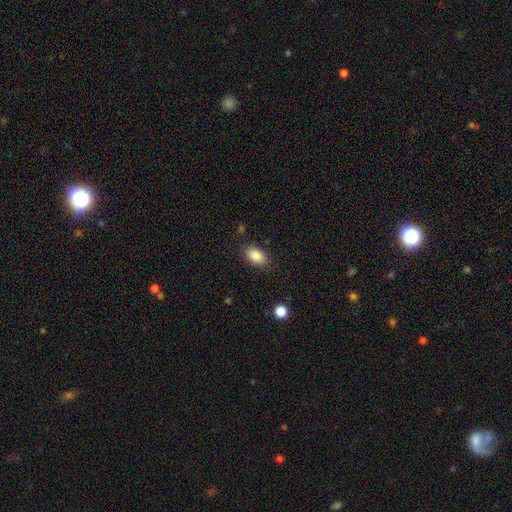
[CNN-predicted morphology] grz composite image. It shows a smooth galaxy with no disk features (86%) that is in between round and cigar-shaped (91%). Merging: none (84%).